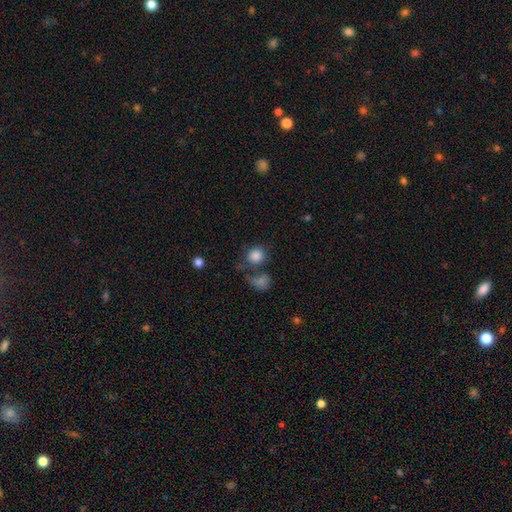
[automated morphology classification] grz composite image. It shows a smooth galaxy with no disk features (84%) that is round (84%). Merging: none (52%).